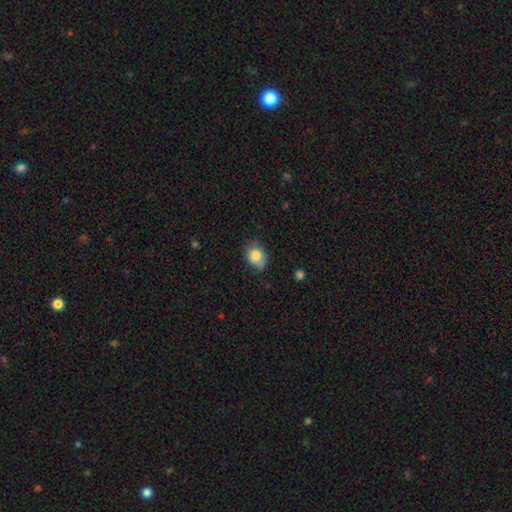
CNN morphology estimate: Smooth or featured?
  - smooth: 82% *
  - featured or disk: 10%
  - star or artifact: 8%
How rounded?
  - in between: 58% *
  - round: 41%
  - cigar-shaped: 1%
Merging?
  - none: 65% *
  - minor disturbance: 28%
  - major disturbance: 5%
  - merger: 1%